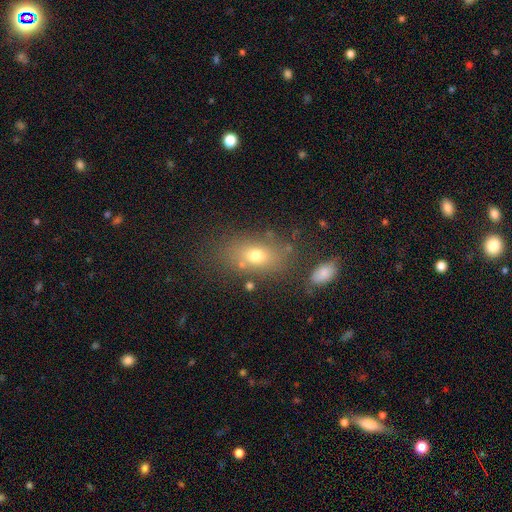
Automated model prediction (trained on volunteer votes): The model was most divided on "smooth or featured": smooth: 69%, featured or disk: 17%, star or artifact: 14%. More confident: how rounded — in between (80%); merging — none (73%).